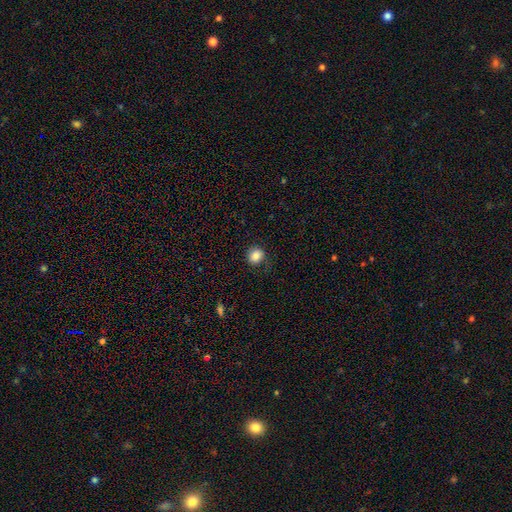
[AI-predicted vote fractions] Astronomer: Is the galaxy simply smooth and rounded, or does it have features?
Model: smooth — 85%.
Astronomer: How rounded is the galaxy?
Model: round — 80%.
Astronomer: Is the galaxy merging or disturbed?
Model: none — 83%.